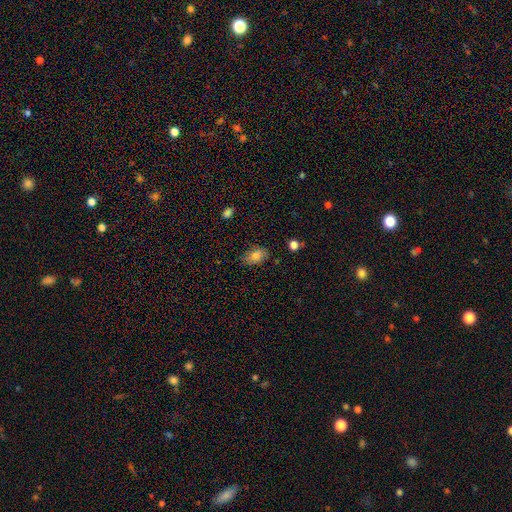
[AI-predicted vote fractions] Smooth or featured: smooth — 79% (featured or disk — 12%)
How rounded: in between — 84% (round — 14%)
Merging: none — 80% (minor disturbance — 15%)